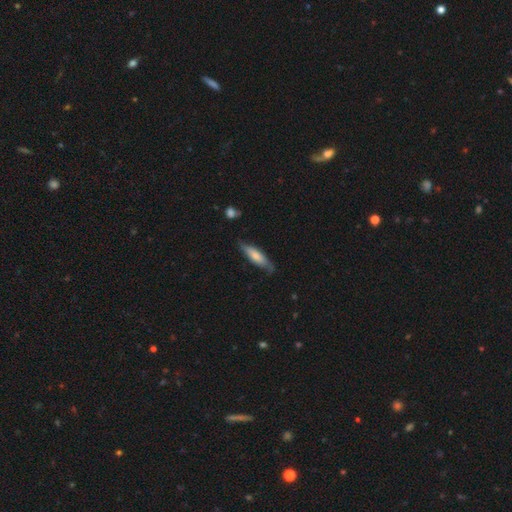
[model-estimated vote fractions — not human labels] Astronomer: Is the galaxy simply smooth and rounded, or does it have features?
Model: smooth — 63%.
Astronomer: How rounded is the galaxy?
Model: cigar-shaped — 66%.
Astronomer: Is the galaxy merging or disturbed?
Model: none — 74%.